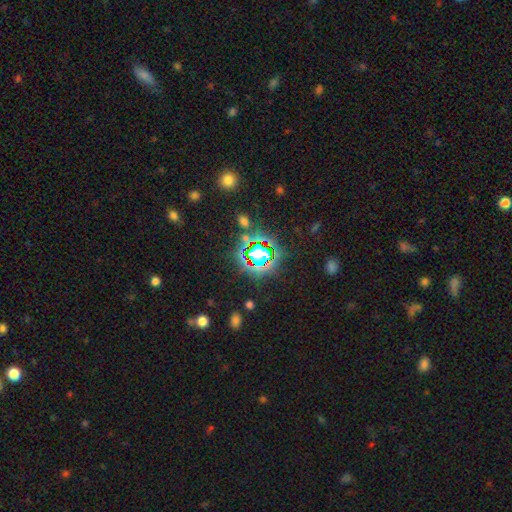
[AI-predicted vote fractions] Q: Smooth or featured?
A: star or artifact (78%); runner-up: smooth (14%)